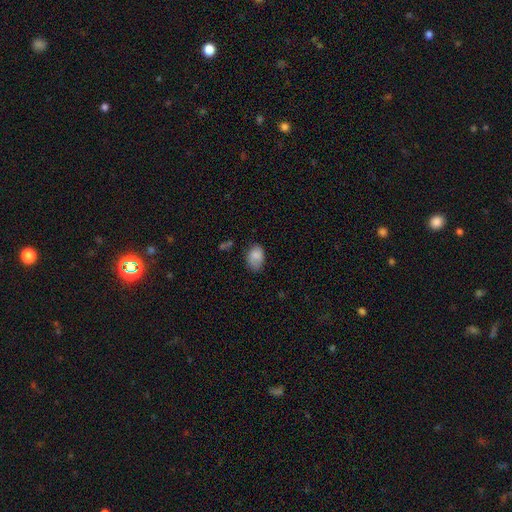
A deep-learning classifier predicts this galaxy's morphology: Overall: smooth (82%). How rounded: in between (83%). Merging: none (58%; minor disturbance 30%).